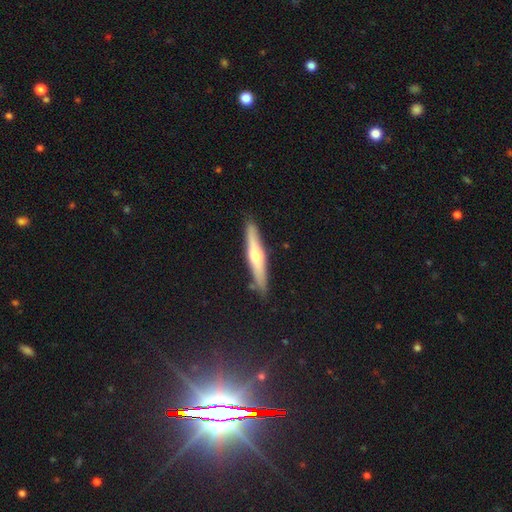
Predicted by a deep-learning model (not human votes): Overall: featured or disk (56%; smooth 38%). Edge-on disk: yes (94%). Edge-on bulge: rounded (86%). Merging: none (87%).